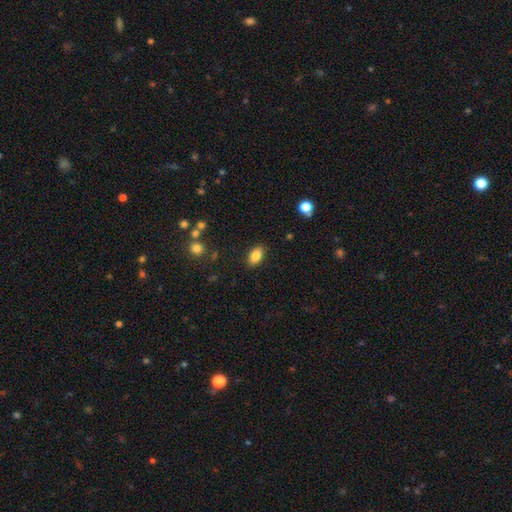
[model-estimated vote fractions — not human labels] Q: Smooth or featured?
A: smooth (85%); runner-up: star or artifact (8%)
Q: How rounded?
A: in between (90%); runner-up: round (8%)
Q: Merging?
A: none (88%); runner-up: minor disturbance (9%)